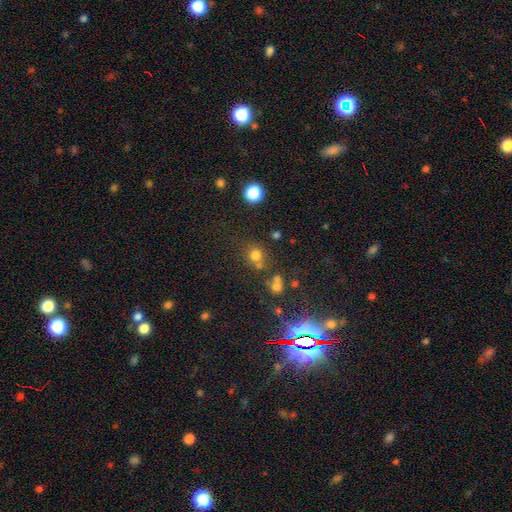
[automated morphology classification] Smooth or featured? Predicted: smooth (p=0.71). How rounded? Predicted: round (p=0.87). Merging? Predicted: none (p=0.64).